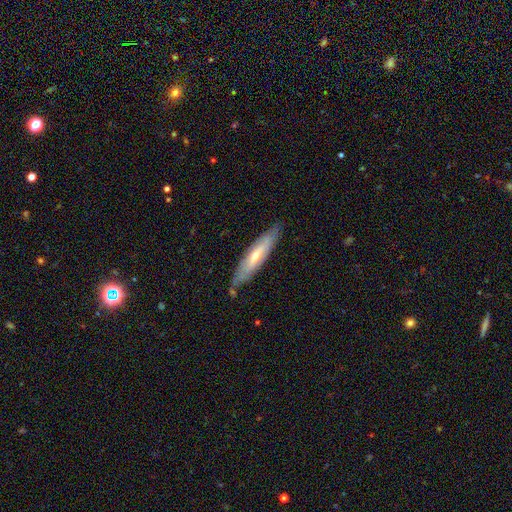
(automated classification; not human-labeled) Smooth or featured: featured or disk — 54% (smooth — 40%)
Edge-on disk: yes — 59% (no — 41%)
Merging: none — 79% (minor disturbance — 16%)